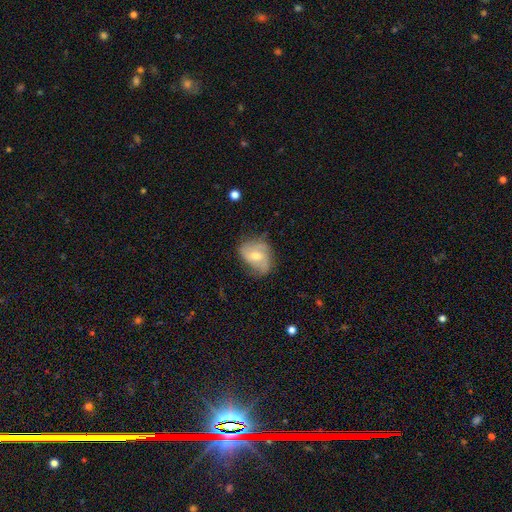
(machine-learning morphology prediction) type=featured or disk (50%); edge-on=no (95%); merging=none (51%).